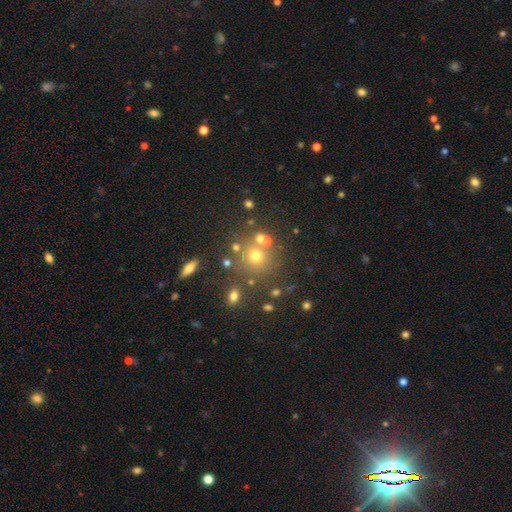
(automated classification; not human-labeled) smooth-or-featured: smooth: 63% | star or artifact: 22% | featured or disk: 15%
  how-rounded: round: 88% | in between: 11% | cigar-shaped: 1%
  merging: none: 68% | merger: 16% | minor disturbance: 11% | major disturbance: 5%